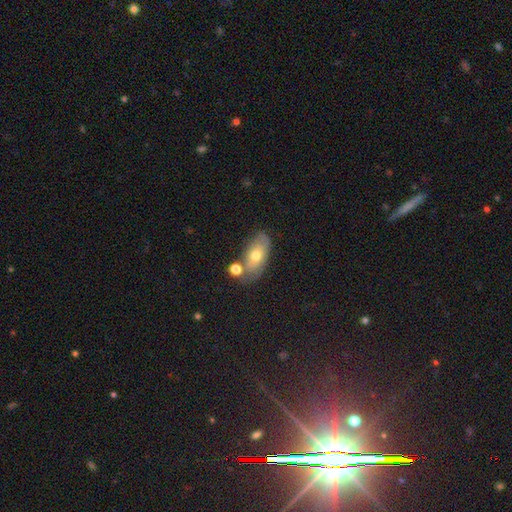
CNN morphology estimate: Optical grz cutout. It shows a smooth galaxy with no disk features (59%) that is in between round and cigar-shaped (88%). Merging: none (56%).